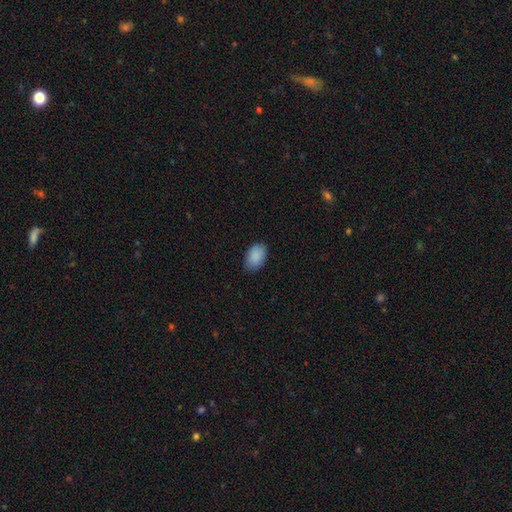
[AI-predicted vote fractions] Q: Smooth or featured?
A: smooth (89%); runner-up: star or artifact (7%)
Q: How rounded?
A: in between (89%); runner-up: round (10%)
Q: Merging?
A: none (79%); runner-up: minor disturbance (17%)